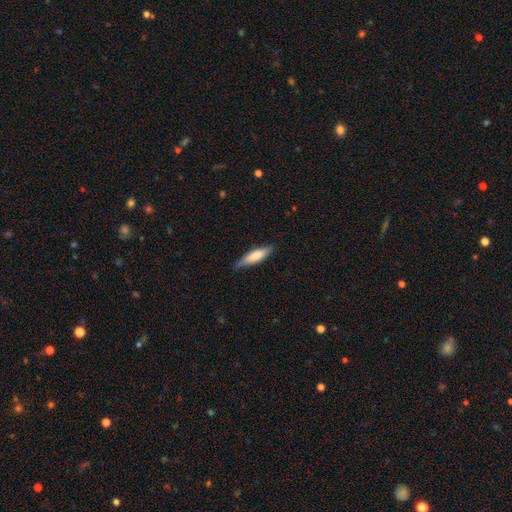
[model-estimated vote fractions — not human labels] Smooth or featured: smooth — 73% (featured or disk — 22%)
How rounded: cigar-shaped — 66% (in between — 32%)
Merging: none — 75% (minor disturbance — 21%)